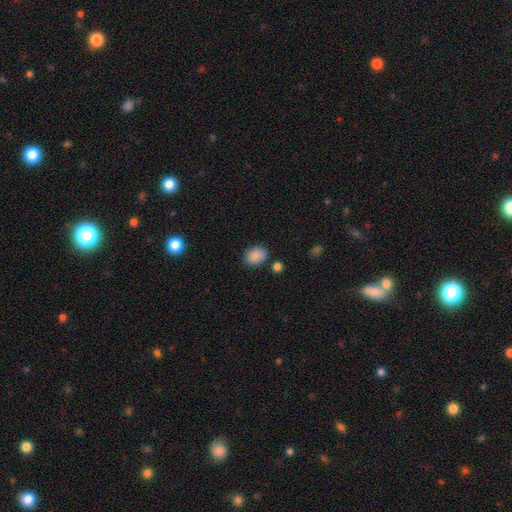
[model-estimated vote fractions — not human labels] This appears to be a smooth galaxy with no disk features (87%) that is in between round and cigar-shaped (59%). Merging: none (79%).